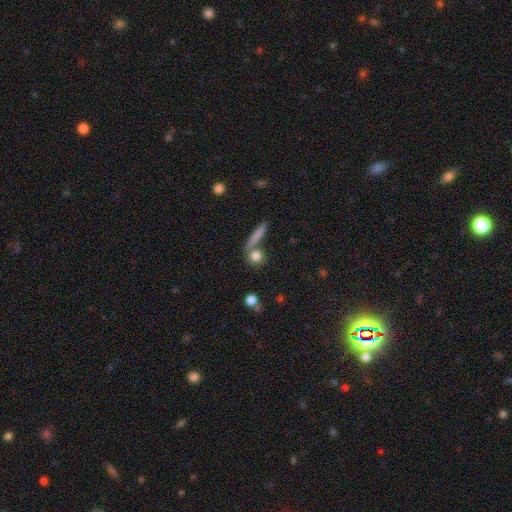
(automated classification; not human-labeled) Smooth or featured: smooth — 78% (featured or disk — 11%)
How rounded: round — 71% (cigar-shaped — 15%)
Merging: none — 67% (merger — 20%)